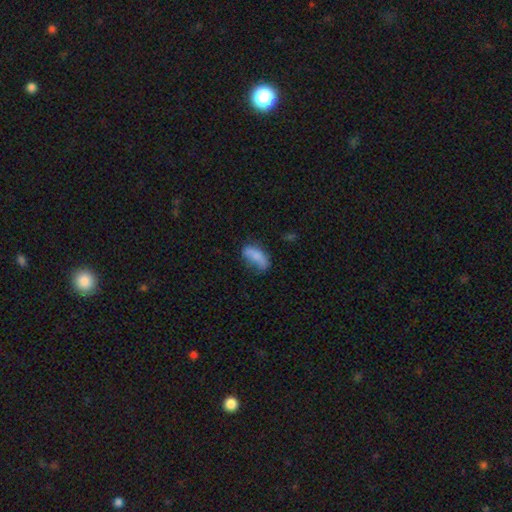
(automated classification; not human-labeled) Smooth or featured? Predicted: smooth (p=0.75). How rounded? Predicted: in between (p=0.79). Merging? Predicted: none (p=0.41).